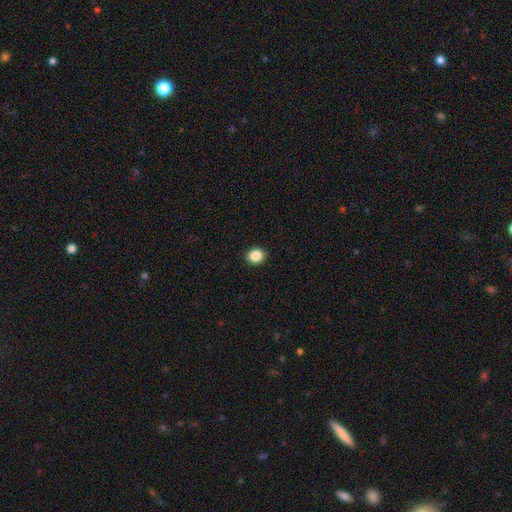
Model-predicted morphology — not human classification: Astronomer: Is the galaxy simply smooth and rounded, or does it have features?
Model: smooth — 87%.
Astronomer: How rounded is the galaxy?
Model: round — 71%.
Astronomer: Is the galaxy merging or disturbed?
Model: none — 92%.